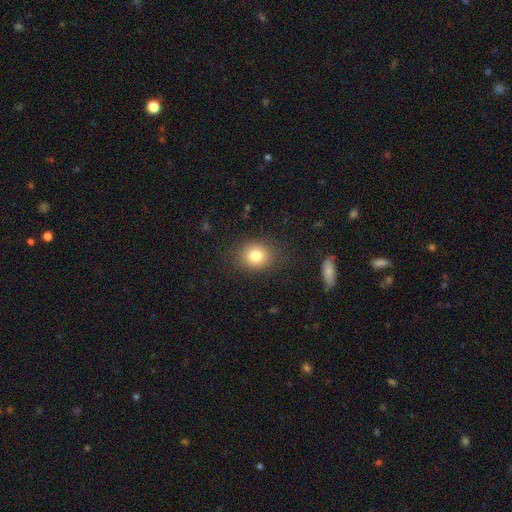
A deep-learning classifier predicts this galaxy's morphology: This appears to be a smooth galaxy with no disk features (81%) that is round (67%). Merging: none (85%).